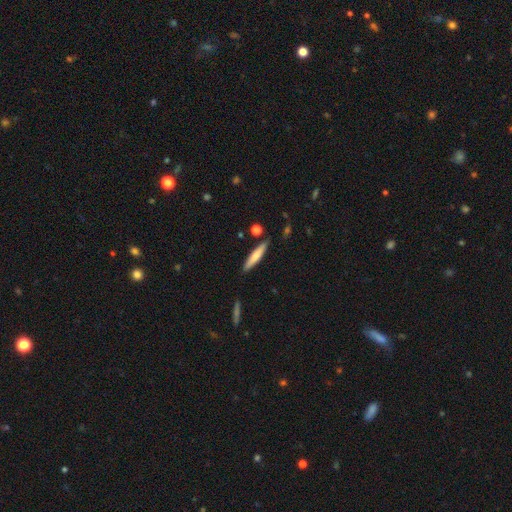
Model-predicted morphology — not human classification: smooth-or-featured: smooth: 66% | featured or disk: 28% | star or artifact: 6%
  how-rounded: cigar-shaped: 88% | in between: 11% | round: 1%
  merging: none: 86% | minor disturbance: 10% | merger: 2% | major disturbance: 2%